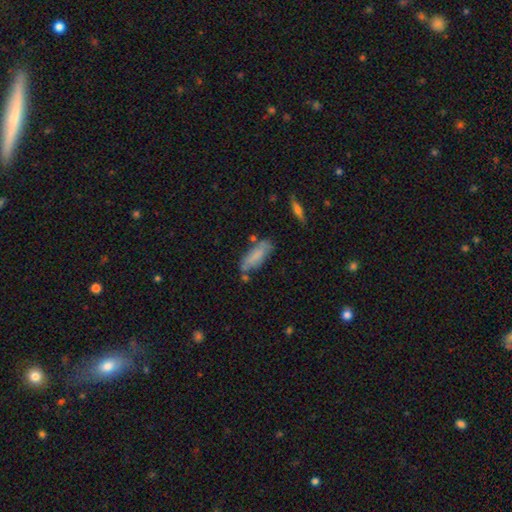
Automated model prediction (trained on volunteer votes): This is likely a smooth galaxy (75%). How rounded: possibly in between (55%). Merging: likely none (63%).